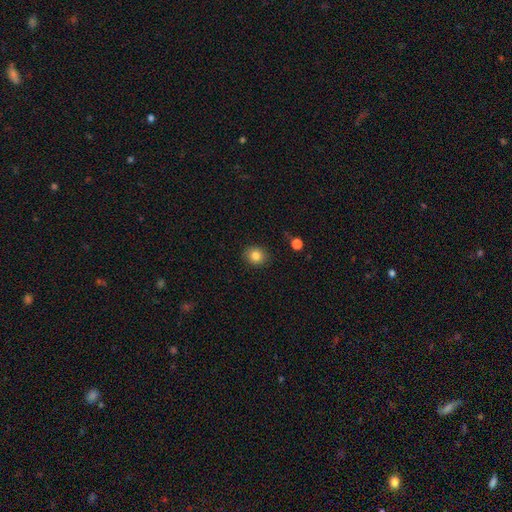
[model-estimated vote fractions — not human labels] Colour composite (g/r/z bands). It shows a smooth galaxy with no disk features (83%) that is round (74%). Merging: none (88%).